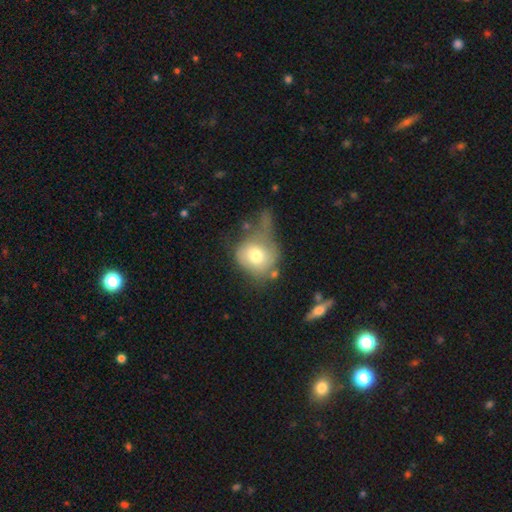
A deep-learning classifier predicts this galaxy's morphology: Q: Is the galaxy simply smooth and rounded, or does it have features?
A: smooth — 70%.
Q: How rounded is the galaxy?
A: round — 77%.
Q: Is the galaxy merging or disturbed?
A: major disturbance — 37%.